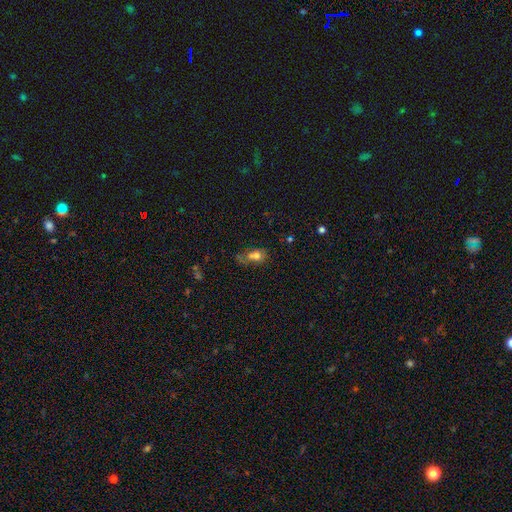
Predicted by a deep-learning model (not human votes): Smooth or featured?
  - smooth: 64% *
  - featured or disk: 20%
  - star or artifact: 16%
How rounded?
  - in between: 71% *
  - round: 25%
  - cigar-shaped: 4%
Merging?
  - none: 32% *
  - merger: 30%
  - minor disturbance: 21%
  - major disturbance: 16%